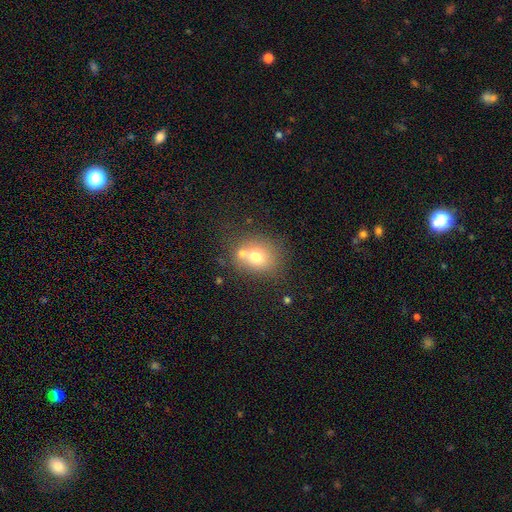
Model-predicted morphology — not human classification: smooth_or_featured: smooth (p=0.69) [alt: featured or disk p=0.18]
how_rounded: round (p=0.70) [alt: in between p=0.29]
merging: none (p=0.53) [alt: merger p=0.30]